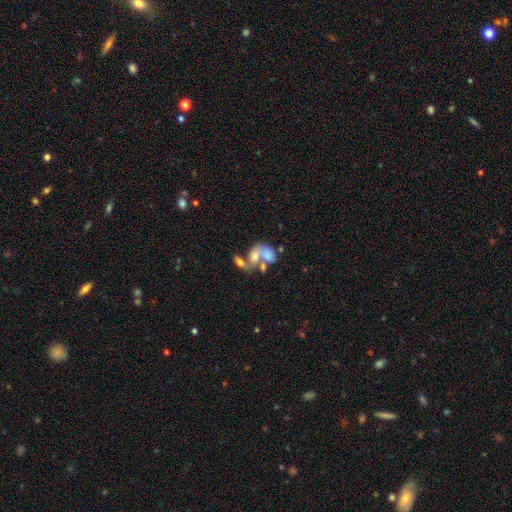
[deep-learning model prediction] Q: Smooth or featured?
A: featured or disk (47%); runner-up: smooth (40%)
Q: Merging?
A: merger (64%); runner-up: none (16%)